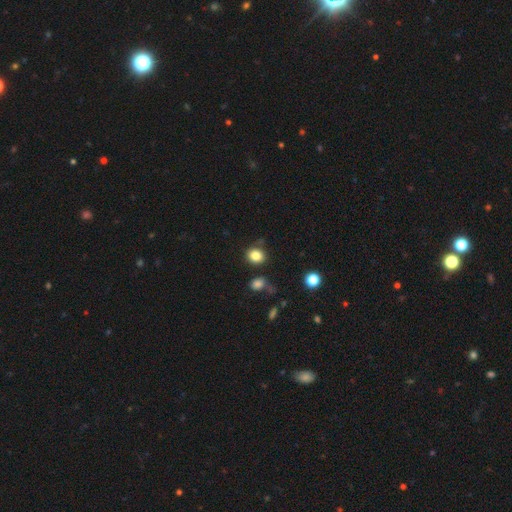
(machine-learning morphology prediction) A smooth galaxy with no disk features (84%) that is round (60%). Merging: none (80%).